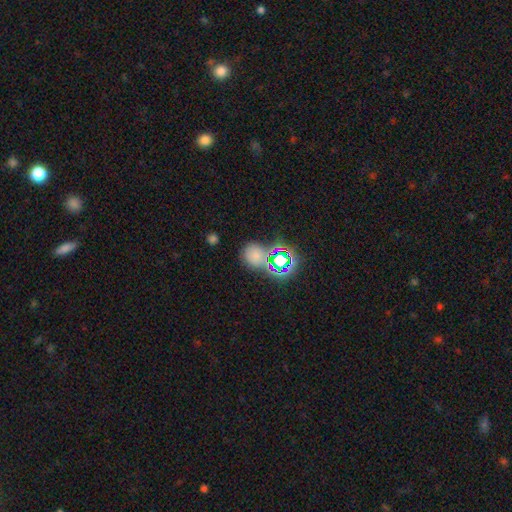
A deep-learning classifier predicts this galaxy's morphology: Smooth or featured? smooth (55%)
How rounded? round (75%)
Merging? none (69%)